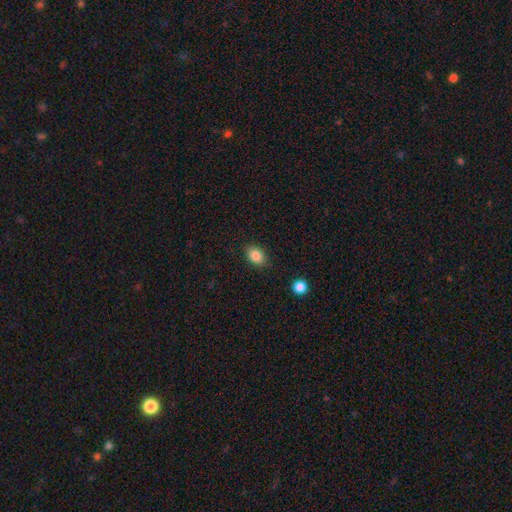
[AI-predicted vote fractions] Smooth or featured?
  - smooth: 86% *
  - star or artifact: 9%
  - featured or disk: 5%
How rounded?
  - in between: 75% *
  - round: 24%
  - cigar-shaped: 1%
Merging?
  - none: 85% *
  - minor disturbance: 11%
  - major disturbance: 3%
  - merger: 1%